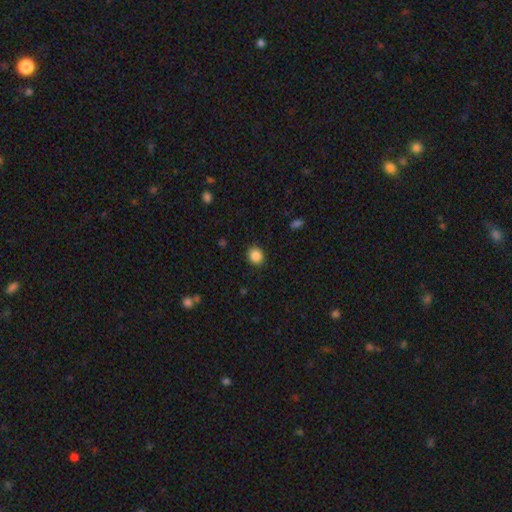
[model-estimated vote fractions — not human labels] smooth-or-featured: smooth: 87% | star or artifact: 9% | featured or disk: 3%
  how-rounded: round: 72% | in between: 27% | cigar-shaped: 1%
  merging: none: 89% | minor disturbance: 8% | major disturbance: 2% | merger: 1%